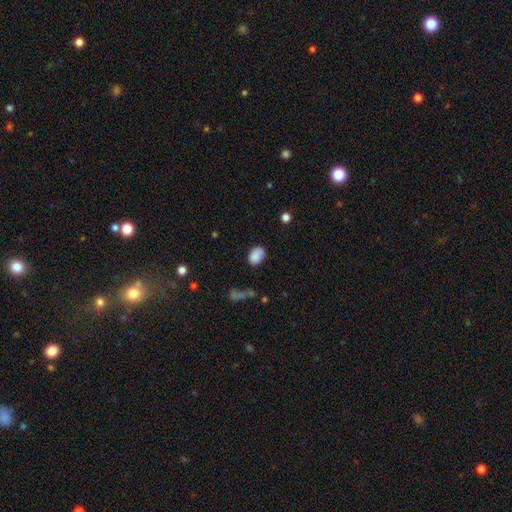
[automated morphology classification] smooth_or_featured: smooth (p=0.87) [alt: star or artifact p=0.08]
how_rounded: in between (p=0.85) [alt: round p=0.14]
merging: none (p=0.78) [alt: minor disturbance p=0.16]